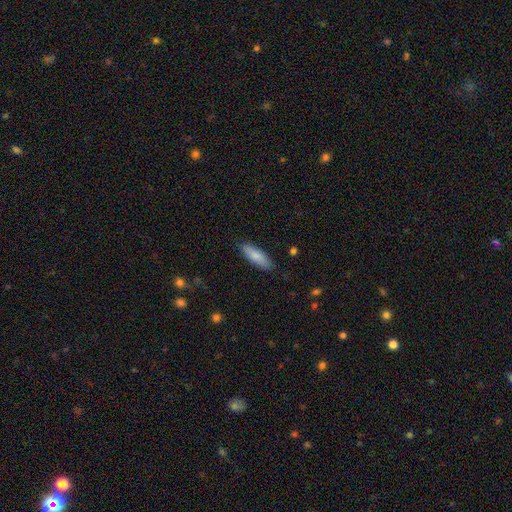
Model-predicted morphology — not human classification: smooth 83%, featured or disk 12%, star or artifact 6%. Down the decision tree: how rounded — in between (53%); merging — none (85%).